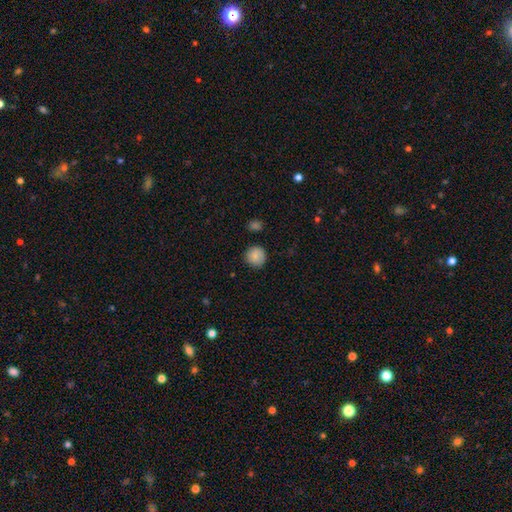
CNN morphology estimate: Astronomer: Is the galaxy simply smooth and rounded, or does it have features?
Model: smooth — 84%.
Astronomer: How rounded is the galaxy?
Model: round — 93%.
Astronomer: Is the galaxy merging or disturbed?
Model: none — 86%.